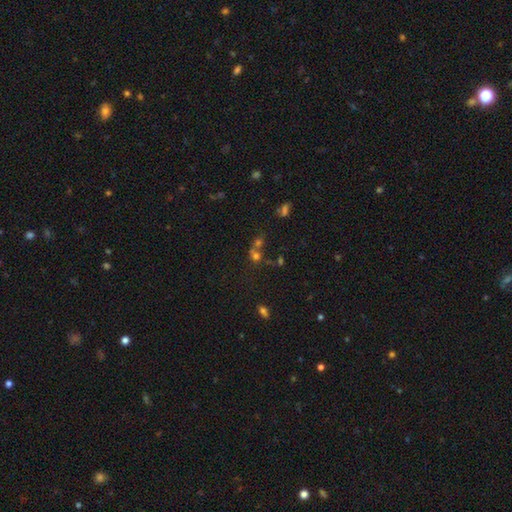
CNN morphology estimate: smooth-or-featured: smooth: 62% | star or artifact: 22% | featured or disk: 15%
  how-rounded: round: 77% | in between: 22% | cigar-shaped: 2%
  merging: merger: 56% | none: 31% | minor disturbance: 7% | major disturbance: 5%